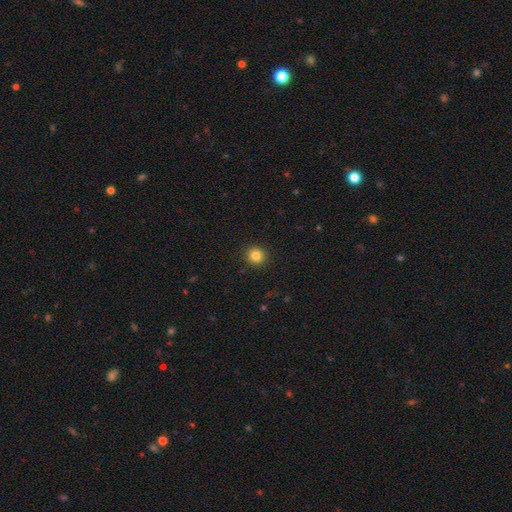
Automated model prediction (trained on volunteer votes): Morphology: type=smooth (83%); roundness=round (90%); merging=none (91%).